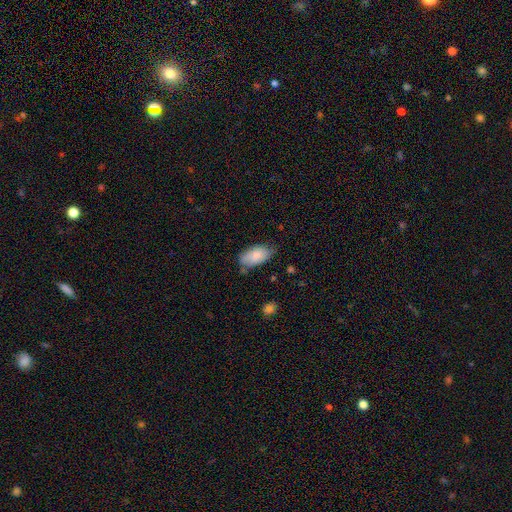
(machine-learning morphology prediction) Smooth or featured? smooth (81%)
How rounded? in between (94%)
Merging? none (55%)